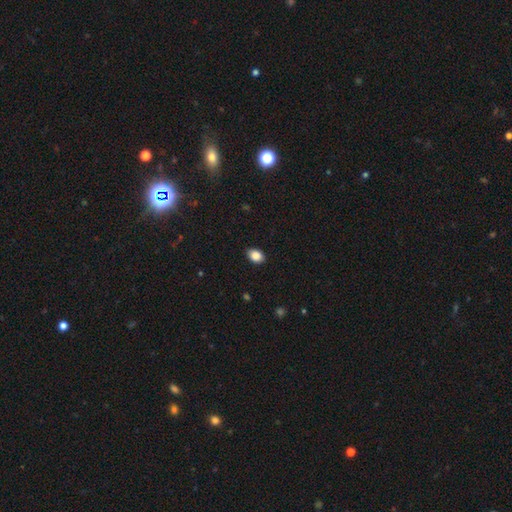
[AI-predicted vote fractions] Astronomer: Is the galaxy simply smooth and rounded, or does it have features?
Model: smooth — 87%.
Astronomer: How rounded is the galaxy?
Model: in between — 79%.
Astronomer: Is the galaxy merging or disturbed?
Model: none — 87%.